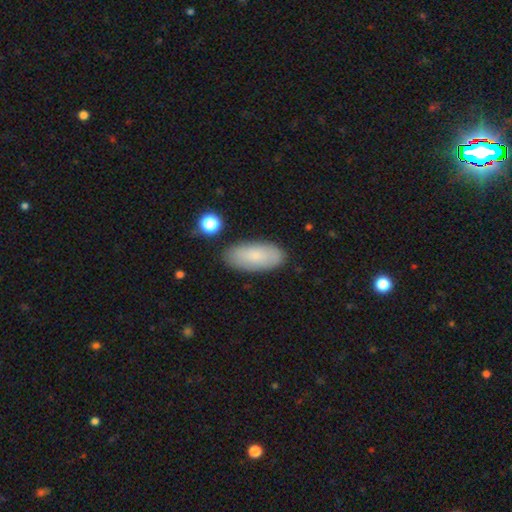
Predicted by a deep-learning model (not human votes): This is clearly a smooth galaxy (81%). How rounded: clearly in between (90%). Merging: clearly none (84%).